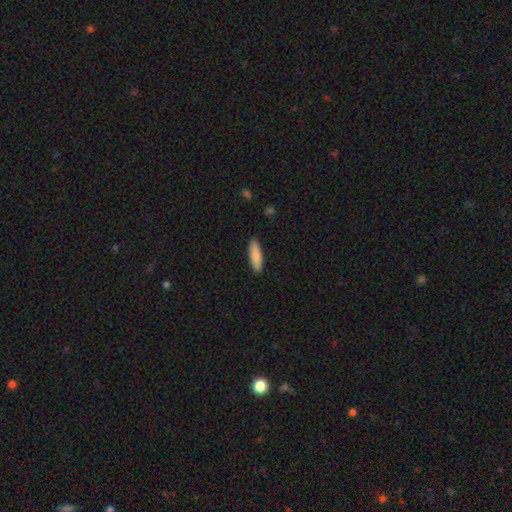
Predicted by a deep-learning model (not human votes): This is clearly a smooth galaxy (86%). How rounded: possibly cigar-shaped (59%). Merging: clearly none (90%).